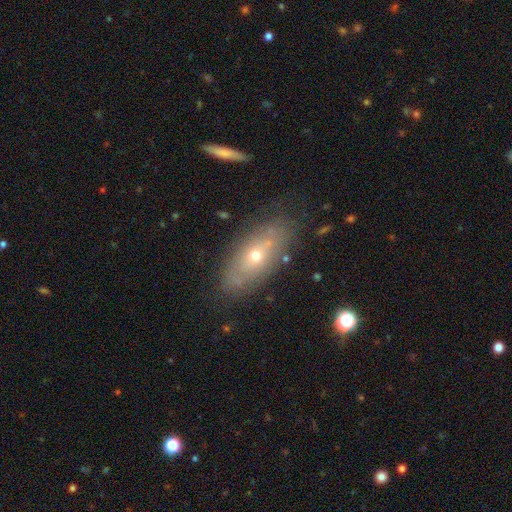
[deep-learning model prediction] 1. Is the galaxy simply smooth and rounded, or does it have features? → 45% smooth (tied), 45% featured or disk (tied), 10% star or artifact.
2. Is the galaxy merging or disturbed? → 76% none, 15% minor disturbance, 5% major disturbance, 3% merger.